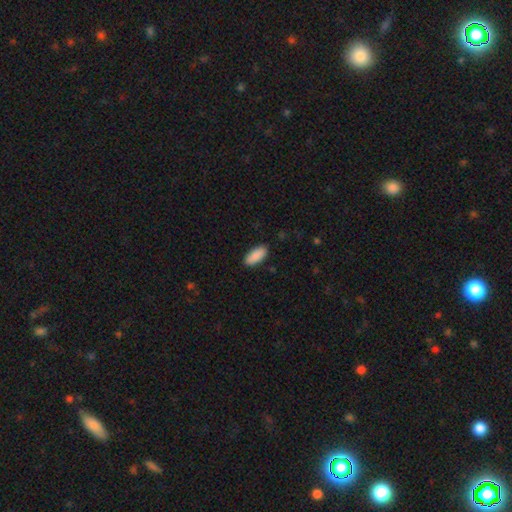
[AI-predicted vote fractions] This is clearly a smooth galaxy (90%). How rounded: clearly in between (83%). Merging: clearly none (88%).